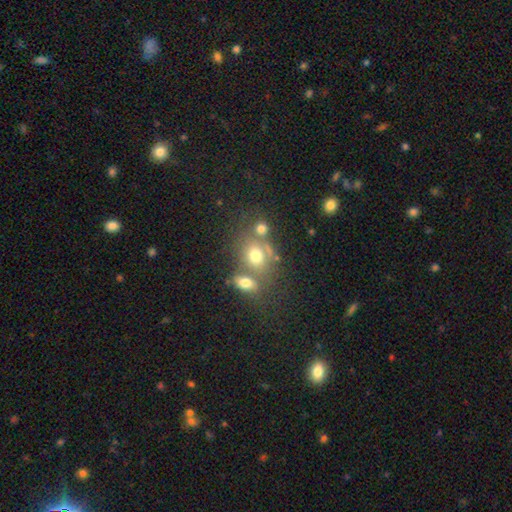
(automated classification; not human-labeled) smooth 69%, featured or disk 16%, star or artifact 15%. Down the decision tree: how rounded — round (54%); merging — none (43%).